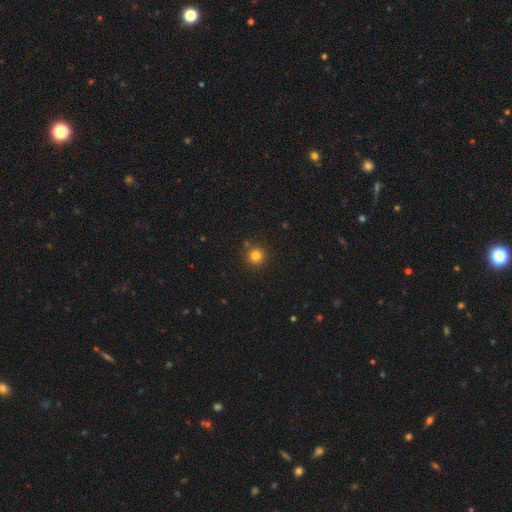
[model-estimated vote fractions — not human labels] Smooth or featured? smooth (80%)
How rounded? round (95%)
Merging? none (87%)